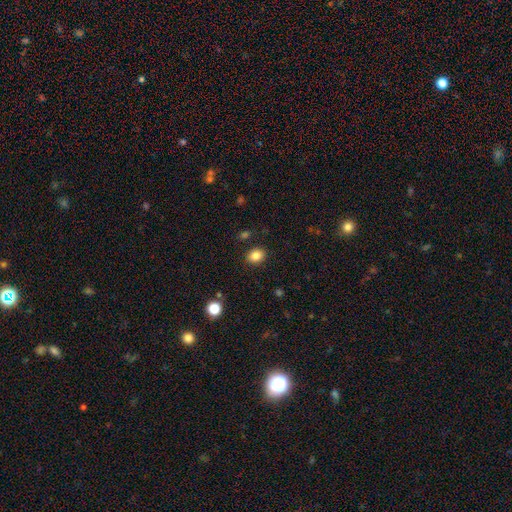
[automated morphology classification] smooth_or_featured: smooth (p=0.85) [alt: star or artifact p=0.10]
how_rounded: in between (p=0.52) [alt: round p=0.47]
merging: none (p=0.88) [alt: minor disturbance p=0.08]